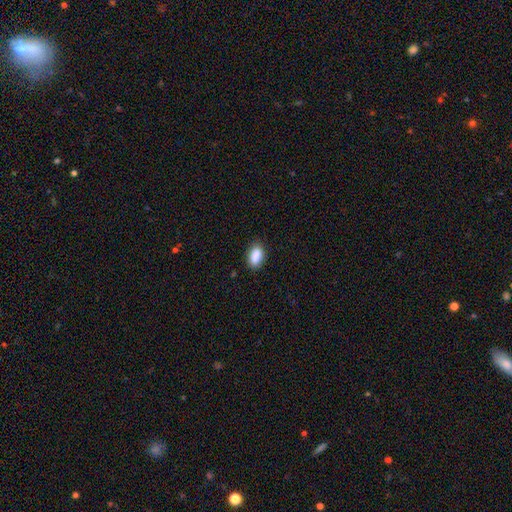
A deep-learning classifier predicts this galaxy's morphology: Smooth or featured?
  - smooth: 88% *
  - star or artifact: 8%
  - featured or disk: 4%
How rounded?
  - in between: 91% *
  - round: 6%
  - cigar-shaped: 3%
Merging?
  - none: 82% *
  - minor disturbance: 14%
  - major disturbance: 3%
  - merger: 2%